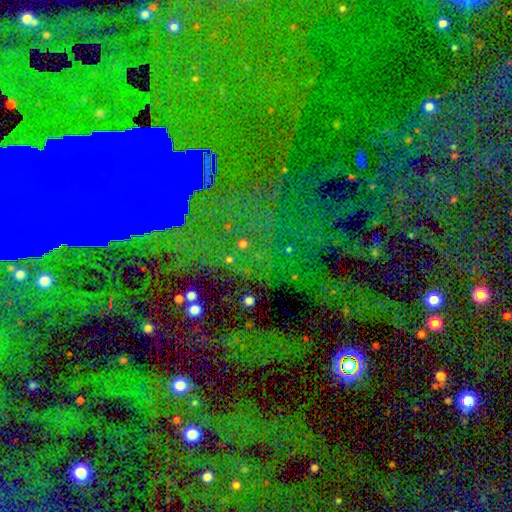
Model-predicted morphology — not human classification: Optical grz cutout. It shows a star or artifact, not a galaxy (72%).